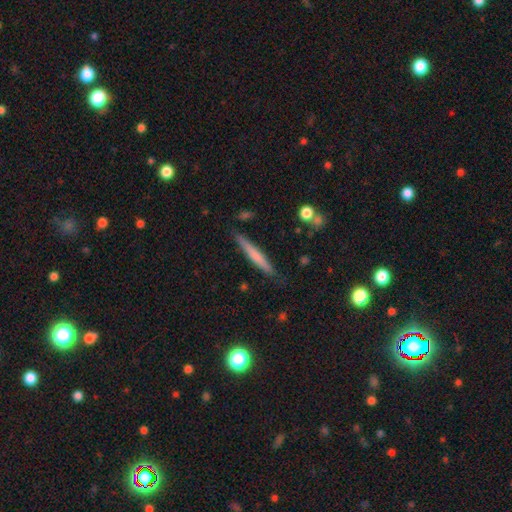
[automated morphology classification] smooth 59%, featured or disk 35%, star or artifact 6%. Down the decision tree: how rounded — cigar-shaped (96%); merging — none (87%).